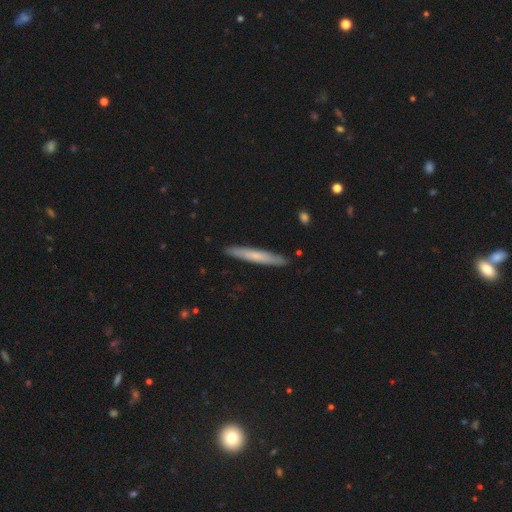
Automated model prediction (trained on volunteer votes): Smooth or featured?
  - smooth: 62% *
  - featured or disk: 33%
  - star or artifact: 5%
How rounded?
  - cigar-shaped: 96% *
  - in between: 3%
  - round: 1%
Merging?
  - none: 91% *
  - minor disturbance: 7%
  - major disturbance: 1%
  - merger: 1%